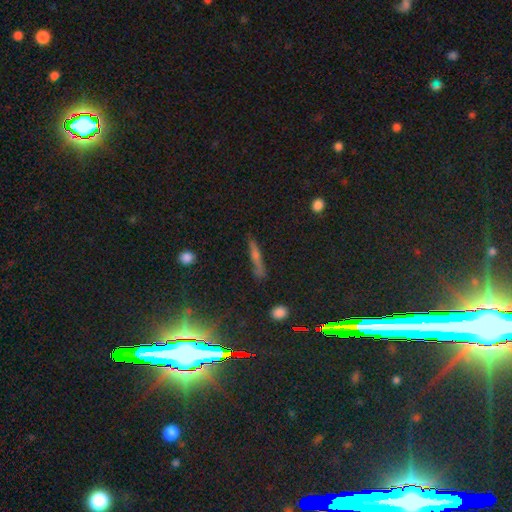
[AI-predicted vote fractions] Smooth or featured? smooth (40%)
Merging? none (78%)